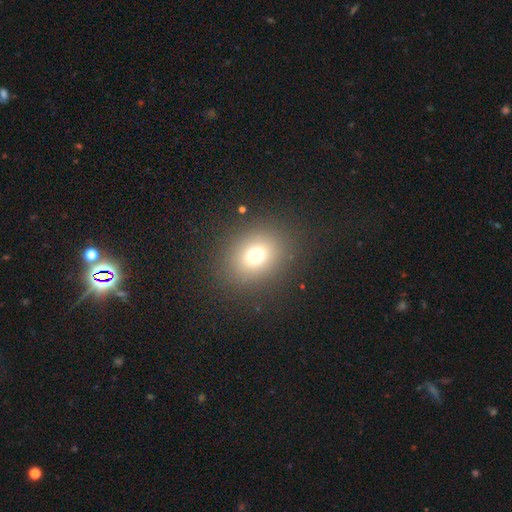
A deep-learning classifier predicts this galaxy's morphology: This appears to be a smooth galaxy with no disk features (70%) that is round (60%). Merging: none (86%).